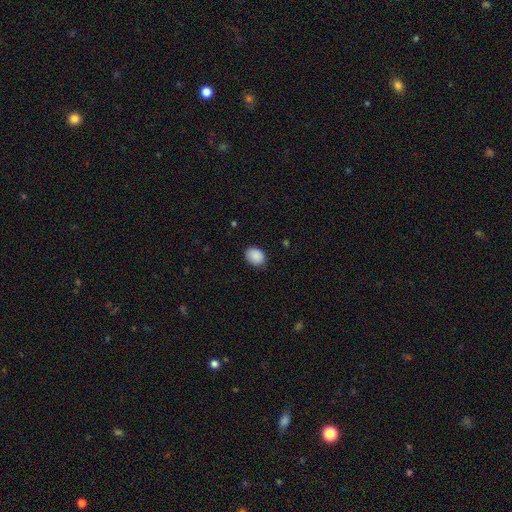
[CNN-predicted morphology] Smooth or featured? smooth (90%)
How rounded? in between (64%)
Merging? none (84%)